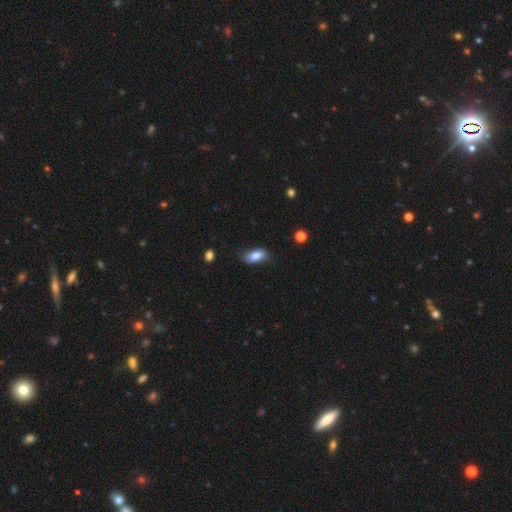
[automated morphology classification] Overall: smooth (83%). How rounded: in between (89%). Merging: none (73%).